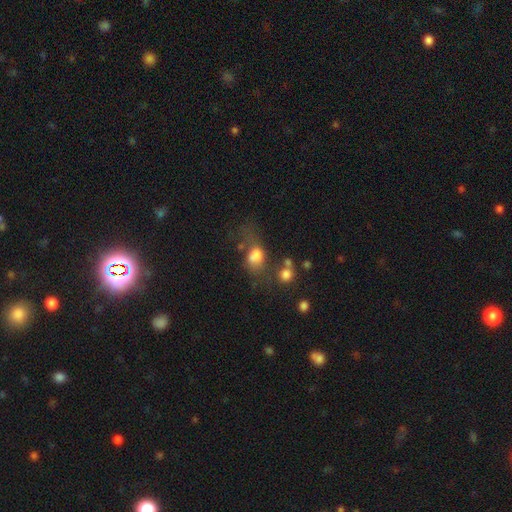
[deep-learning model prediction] Morphology: type=smooth (69%); roundness=in between (71%); merging=major disturbance (31%).